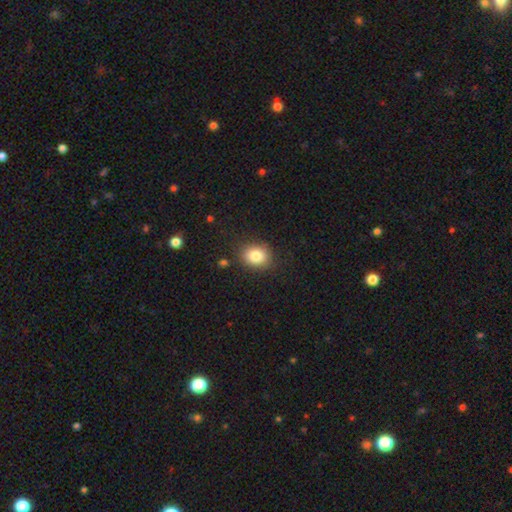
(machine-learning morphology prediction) The model was most divided on "how rounded": round: 51%, in between: 49%, cigar-shaped: 1%. More confident: merging — none (84%); smooth or featured — smooth (83%).